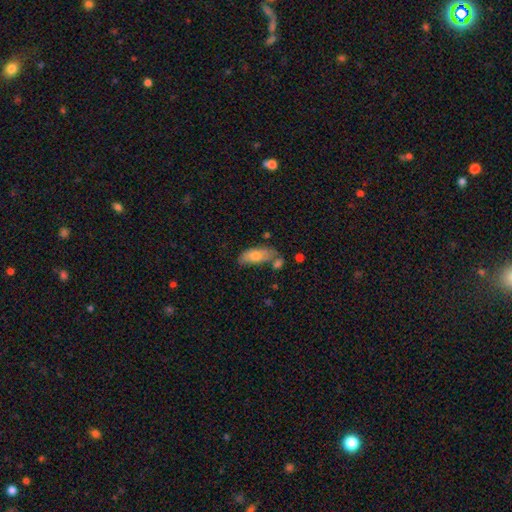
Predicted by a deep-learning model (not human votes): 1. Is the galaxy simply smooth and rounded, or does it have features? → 74% smooth, 19% featured or disk, 7% star or artifact.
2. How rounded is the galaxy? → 82% in between, 16% cigar-shaped, 2% round.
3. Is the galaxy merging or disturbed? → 54% none, 24% minor disturbance, 15% merger, 7% major disturbance.